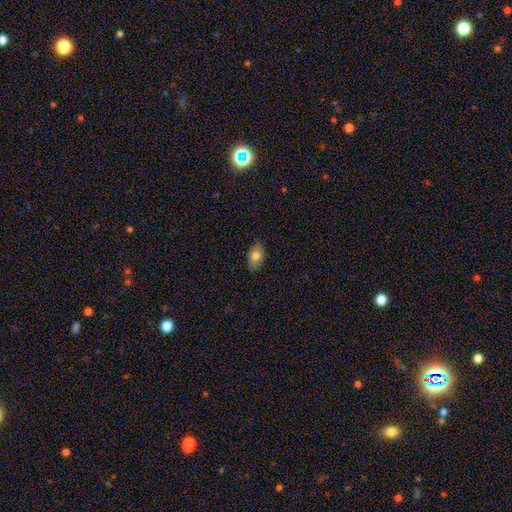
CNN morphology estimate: A smooth galaxy with no disk features (78%) that is in between round and cigar-shaped (90%).

Vote fractions:
- Smooth or featured? smooth: 78% / featured or disk: 15% / star or artifact: 8%
- How rounded? in between: 90% / round: 8% / cigar-shaped: 2%
- Merging? none: 84% / minor disturbance: 13% / major disturbance: 2% / merger: 1%